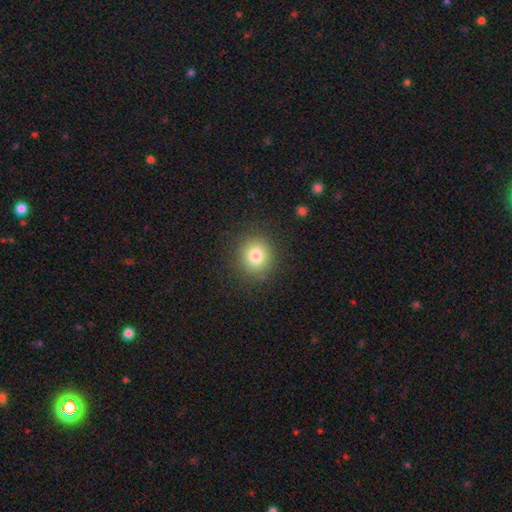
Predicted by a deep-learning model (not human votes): The model was most divided on "smooth or featured": smooth: 80%, star or artifact: 12%, featured or disk: 8%. More confident: merging — none (88%); how rounded — round (87%).